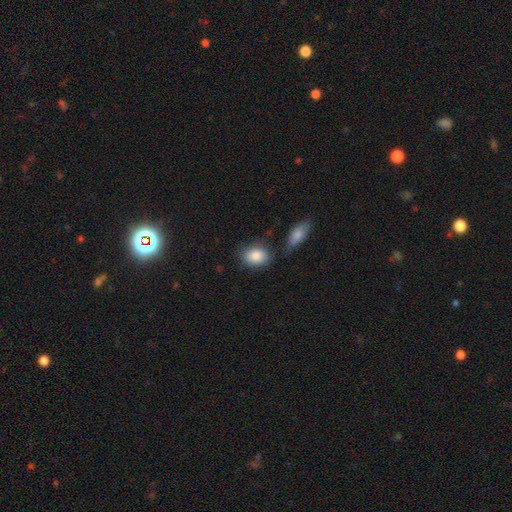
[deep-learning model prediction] Overall: smooth (87%). How rounded: in between (70%). Merging: none (69%).